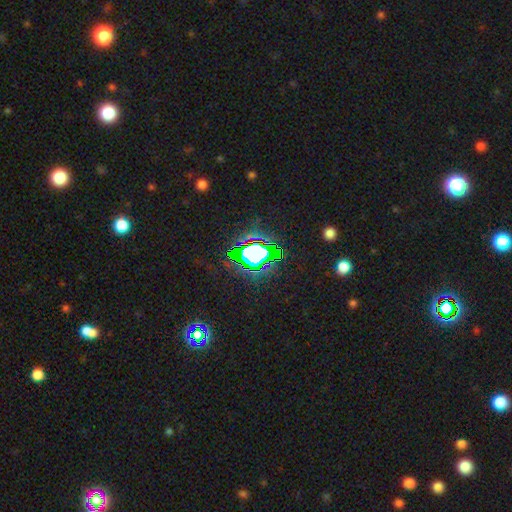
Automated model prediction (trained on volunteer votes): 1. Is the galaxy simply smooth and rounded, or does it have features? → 68% star or artifact, 19% smooth, 13% featured or disk.